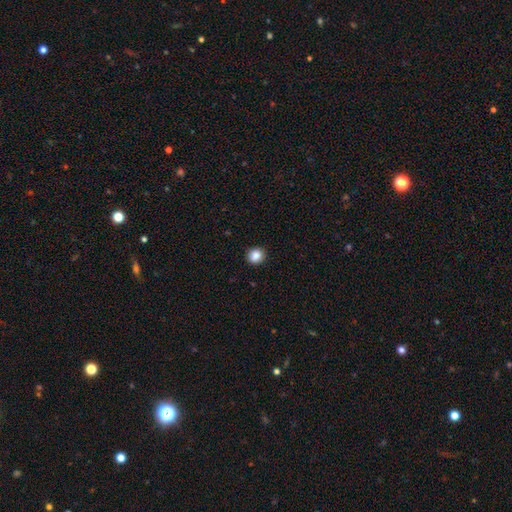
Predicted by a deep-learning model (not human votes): Morphology: type=smooth (87%); roundness=round (86%); merging=none (92%).